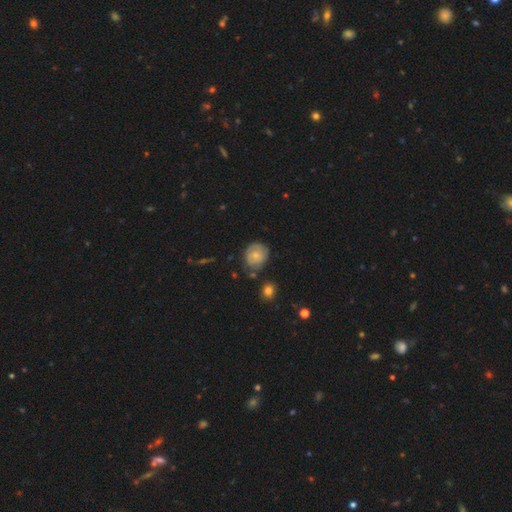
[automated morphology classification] Smooth or featured? smooth (46%, tied with featured or disk)
Merging? none (67%)